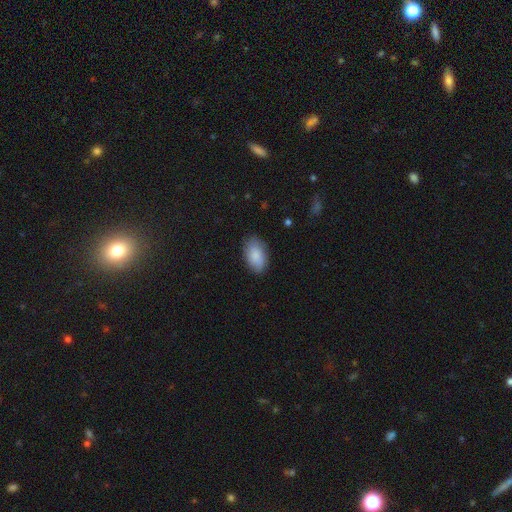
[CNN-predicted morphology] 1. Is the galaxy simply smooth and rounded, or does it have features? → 86% smooth, 8% featured or disk, 6% star or artifact.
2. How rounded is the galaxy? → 94% in between, 5% round, 2% cigar-shaped.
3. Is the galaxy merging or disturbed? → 81% none, 15% minor disturbance, 3% major disturbance, 1% merger.